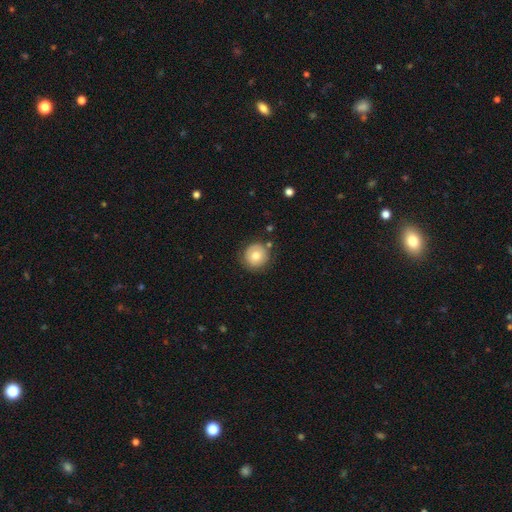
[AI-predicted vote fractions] This is likely a smooth galaxy (71%). How rounded: clearly round (93%). Merging: likely none (80%).